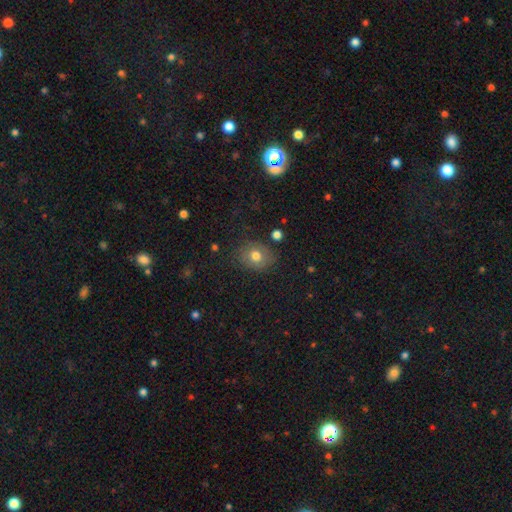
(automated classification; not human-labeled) This is likely a smooth galaxy (73%). How rounded: possibly round (53%). Merging: likely none (78%).